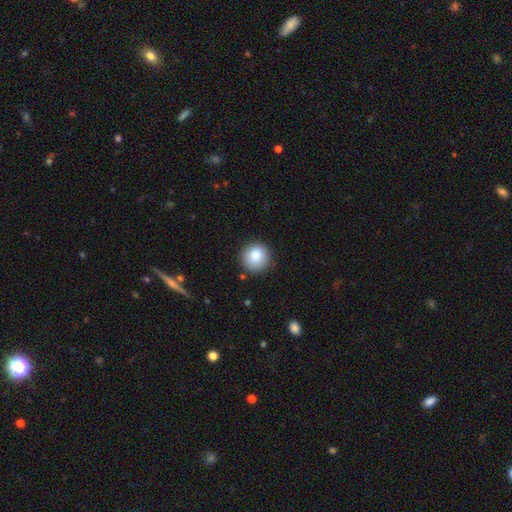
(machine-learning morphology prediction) This is clearly a smooth galaxy (84%). How rounded: clearly round (92%). Merging: clearly none (88%).